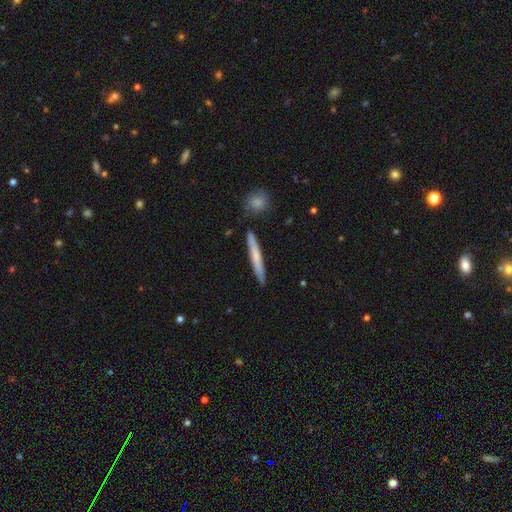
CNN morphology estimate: This is likely a smooth galaxy (63%). How rounded: clearly cigar-shaped (96%). Merging: clearly none (84%).